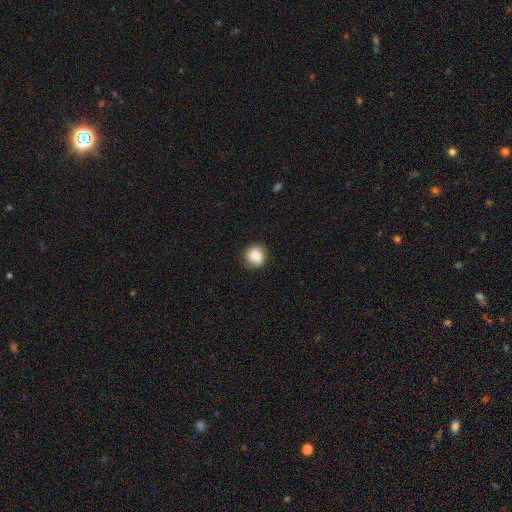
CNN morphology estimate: Overall: smooth (82%). How rounded: round (87%). Merging: none (83%).